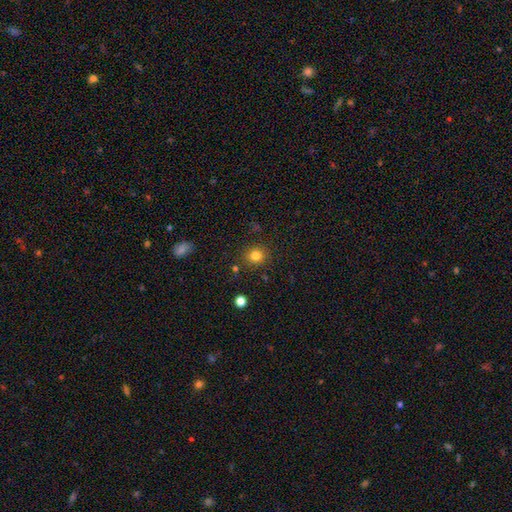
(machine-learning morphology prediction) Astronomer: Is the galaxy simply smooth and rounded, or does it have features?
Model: smooth — 81%.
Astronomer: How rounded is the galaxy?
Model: round — 87%.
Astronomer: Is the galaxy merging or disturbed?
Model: none — 86%.